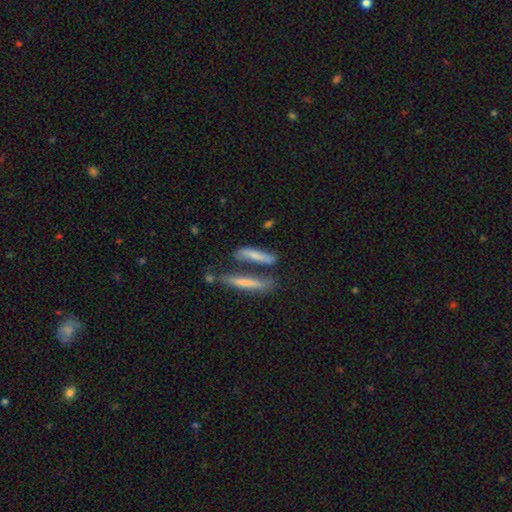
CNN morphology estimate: A smooth galaxy with no disk features (57%) that is cigar-shaped (79%). Merging: none (48%).